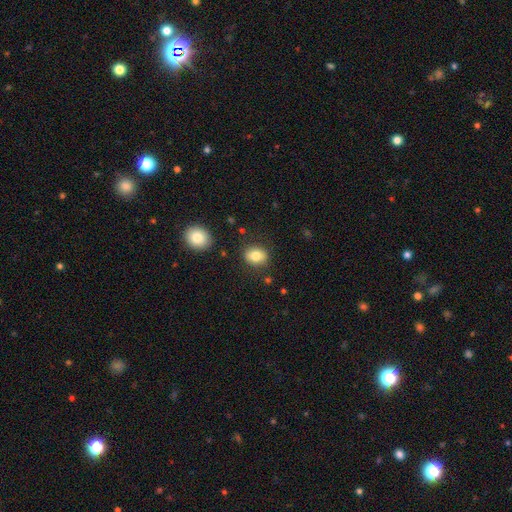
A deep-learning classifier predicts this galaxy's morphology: Q: Smooth or featured?
A: smooth (80%); runner-up: featured or disk (11%)
Q: How rounded?
A: in between (51%); runner-up: round (48%)
Q: Merging?
A: none (84%); runner-up: minor disturbance (11%)